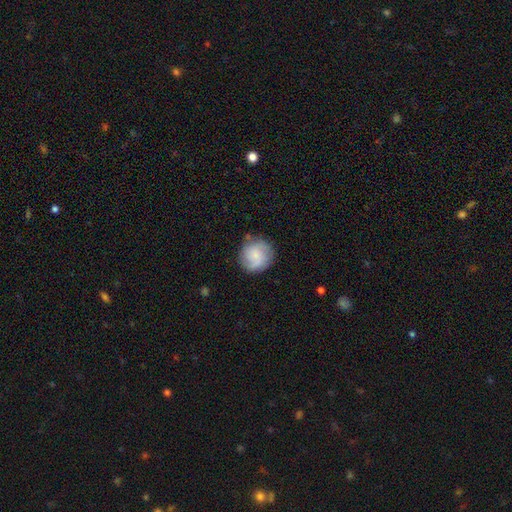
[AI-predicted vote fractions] smooth-or-featured: smooth: 62% | featured or disk: 31% | star or artifact: 7%
  how-rounded: round: 91% | in between: 8% | cigar-shaped: 1%
  merging: none: 76% | minor disturbance: 16% | major disturbance: 5% | merger: 2%